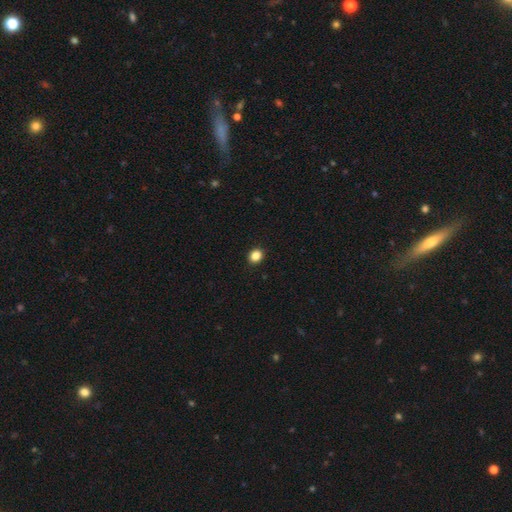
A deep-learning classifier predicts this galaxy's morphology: Overall: smooth (86%). How rounded: round (66%; in between 34%). Merging: none (92%).